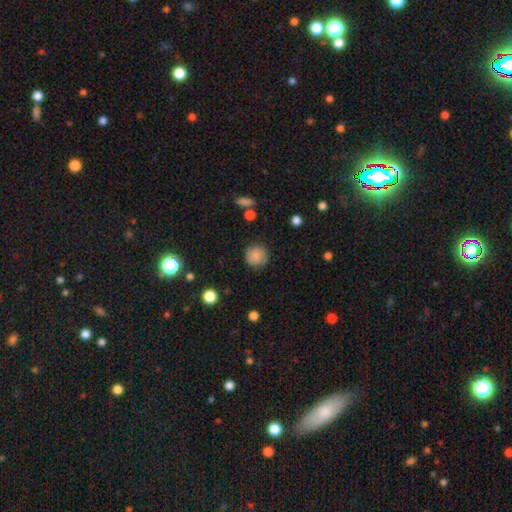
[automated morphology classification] This is clearly a smooth galaxy (83%). How rounded: clearly round (92%). Merging: clearly none (85%).